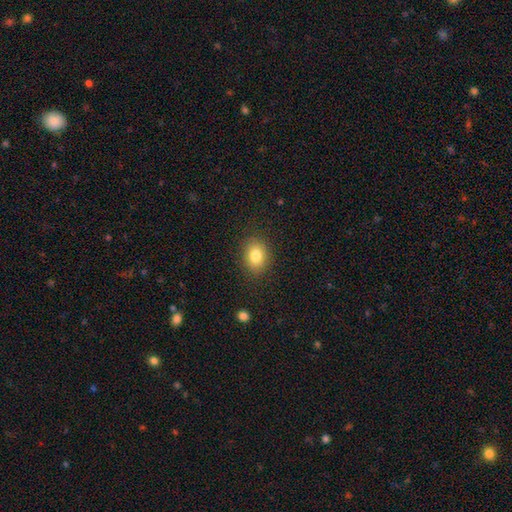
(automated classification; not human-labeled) The model was most divided on "how rounded": in between: 60%, round: 39%, cigar-shaped: 1%. More confident: merging — none (86%); smooth or featured — smooth (82%).